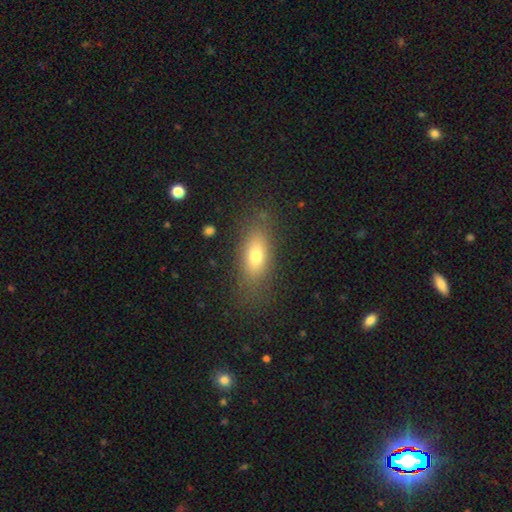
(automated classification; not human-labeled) smooth-or-featured: smooth: 73% | featured or disk: 17% | star or artifact: 10%
  how-rounded: in between: 74% | cigar-shaped: 20% | round: 6%
  merging: none: 80% | minor disturbance: 13% | major disturbance: 5% | merger: 2%